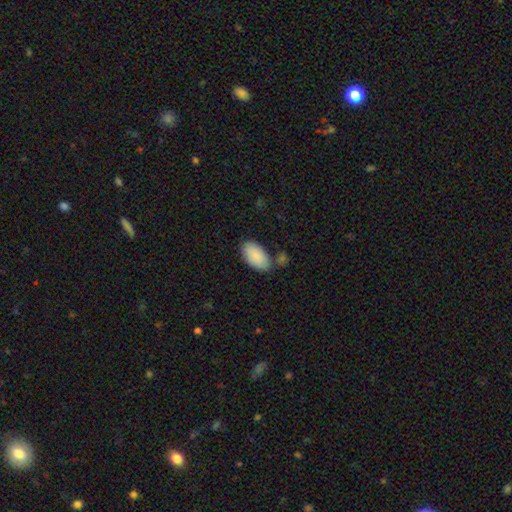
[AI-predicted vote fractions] Smooth or featured?
  - smooth: 89% *
  - star or artifact: 6%
  - featured or disk: 5%
How rounded?
  - in between: 95% *
  - round: 3%
  - cigar-shaped: 2%
Merging?
  - none: 70% *
  - minor disturbance: 17%
  - merger: 8%
  - major disturbance: 4%